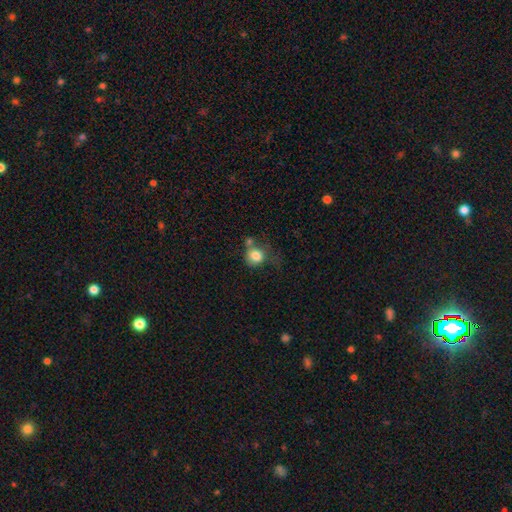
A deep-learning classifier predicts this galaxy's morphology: Q: Smooth or featured?
A: smooth (81%); runner-up: star or artifact (10%)
Q: How rounded?
A: round (79%); runner-up: in between (20%)
Q: Merging?
A: none (41%); runner-up: merger (22%)